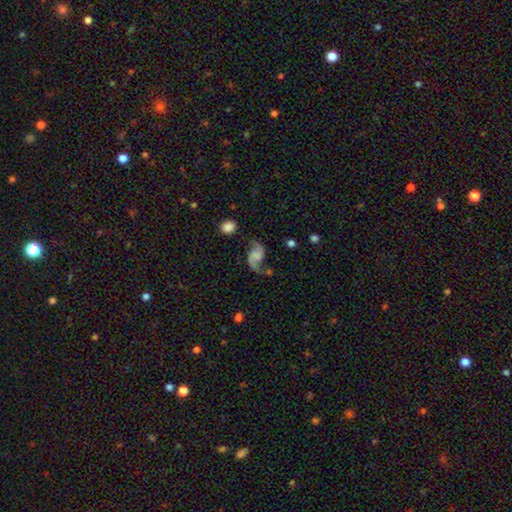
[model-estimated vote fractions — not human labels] smooth-or-featured: featured or disk: 85% | smooth: 9% | star or artifact: 6%
  disk-edge-on: no: 98% | yes: 2%
    bar: no: 54% | weak: 36% | strong: 10%
    has-spiral-arms: yes: 96% | no: 4%
      spiral-winding: loose: 70% | medium: 25% | tight: 5%
      spiral-arm-count: 2: 92% | 1: 4% | can't tell: 2% | 3: 1% | 4: 1% | more than 4: 1%
    bulge-size: none: 57% | small: 22% | moderate: 13% | large: 7% | dominant: 2%
  merging: none: 66% | minor disturbance: 18% | major disturbance: 12% | merger: 5%